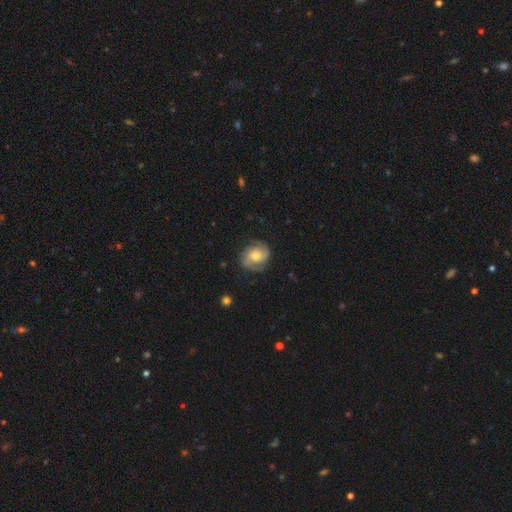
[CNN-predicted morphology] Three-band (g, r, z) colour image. It shows a featured or disk galaxy (60%) with no bar (70%), 2 (72%) medium (42%) spiral arms (89%) and a moderate central bulge (64%). Merging: none (74%).